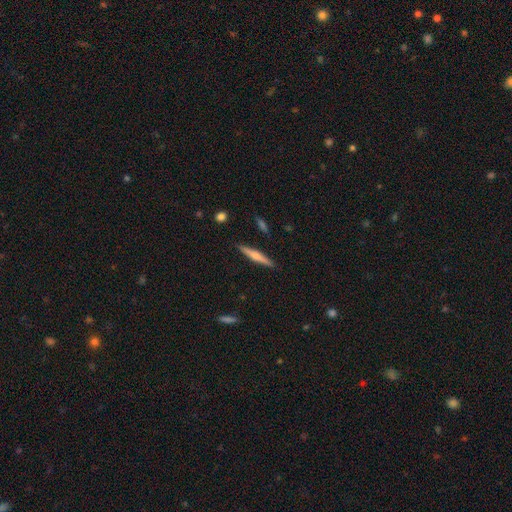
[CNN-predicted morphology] Smooth or featured?
  - featured or disk: 51% *
  - smooth: 43%
  - star or artifact: 6%
Edge-on disk?
  - yes: 97% *
  - no: 3%
Merging?
  - none: 90% *
  - minor disturbance: 7%
  - major disturbance: 2%
  - merger: 1%